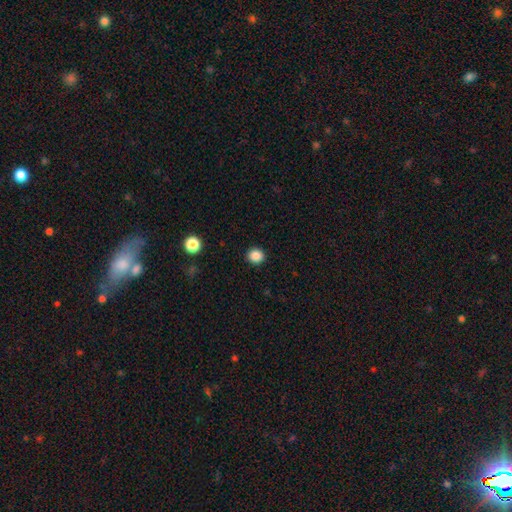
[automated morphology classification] Smooth or featured? Predicted: smooth (p=0.87). How rounded? Predicted: round (p=0.82). Merging? Predicted: none (p=0.92).